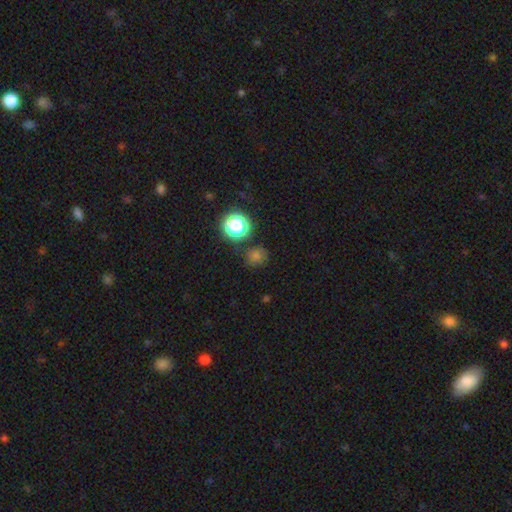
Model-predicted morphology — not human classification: smooth_or_featured: smooth (p=0.69) [alt: star or artifact p=0.25]
how_rounded: round (p=0.85) [alt: in between p=0.14]
merging: none (p=0.83) [alt: minor disturbance p=0.10]